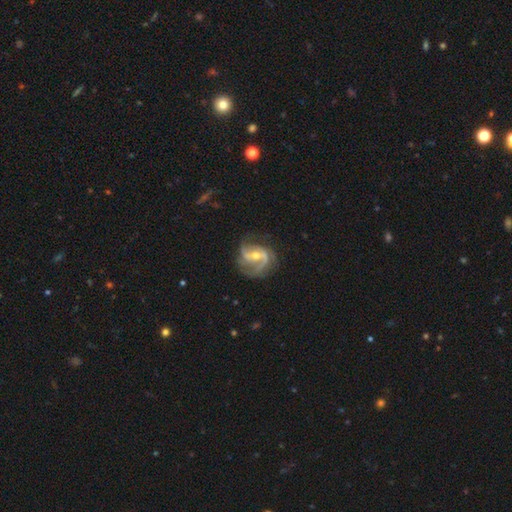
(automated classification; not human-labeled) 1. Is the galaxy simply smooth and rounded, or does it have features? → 88% featured or disk, 7% smooth, 5% star or artifact.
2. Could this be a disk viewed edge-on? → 98% no, 2% yes.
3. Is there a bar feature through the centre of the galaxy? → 44% weak, 29% no, 28% strong.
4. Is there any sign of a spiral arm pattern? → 96% yes, 4% no.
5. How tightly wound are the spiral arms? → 51% medium, 28% loose, 21% tight.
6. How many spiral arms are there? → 66% 2, 15% 3, 7% can't tell, 7% 1, 3% 4, 2% more than 4.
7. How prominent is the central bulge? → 53% moderate, 43% small, 2% large, 1% none, 1% dominant.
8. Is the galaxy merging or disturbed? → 65% none, 21% minor disturbance, 13% major disturbance, 2% merger.